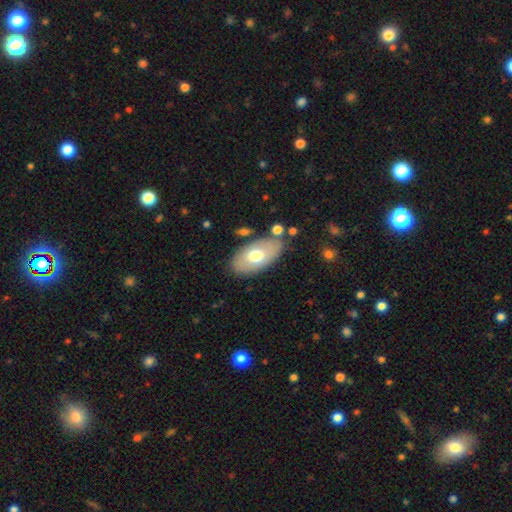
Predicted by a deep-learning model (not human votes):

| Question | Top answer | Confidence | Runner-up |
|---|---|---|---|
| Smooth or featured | smooth | 64% | featured or disk (30%) |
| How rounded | in between | 94% | round (4%) |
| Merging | none | 77% | minor disturbance (14%) |